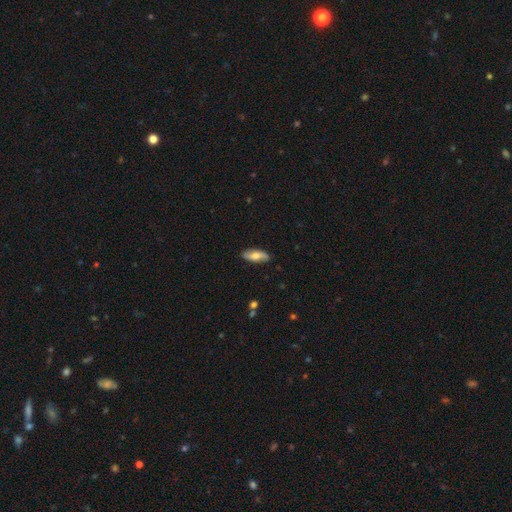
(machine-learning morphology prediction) Smooth or featured?
  - smooth: 61% *
  - featured or disk: 33%
  - star or artifact: 6%
How rounded?
  - in between: 74% *
  - cigar-shaped: 23%
  - round: 3%
Merging?
  - none: 86% *
  - minor disturbance: 11%
  - major disturbance: 2%
  - merger: 1%